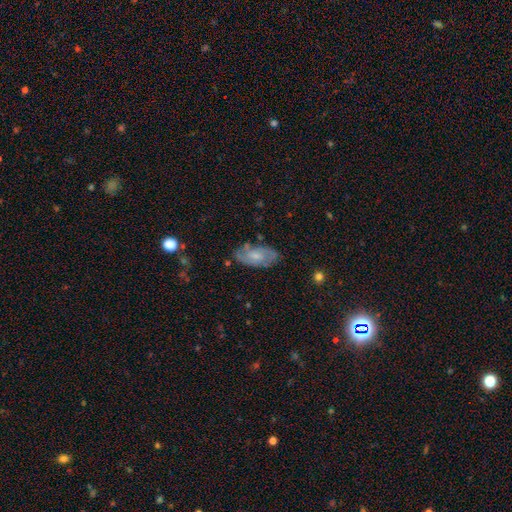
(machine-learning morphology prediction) type=featured or disk (58%); edge-on=no (92%); bar=no (54%); spiral arms=yes (79%); bulge=small (44%); merging=none (76%).